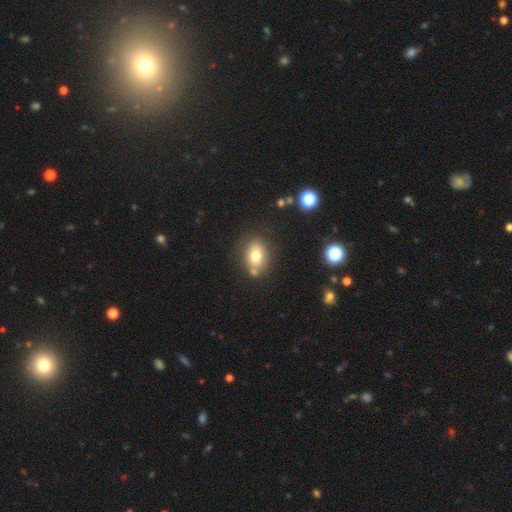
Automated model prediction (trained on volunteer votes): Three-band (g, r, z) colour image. It shows a smooth galaxy with no disk features (73%) that is in between round and cigar-shaped (67%). Merging: none (70%).